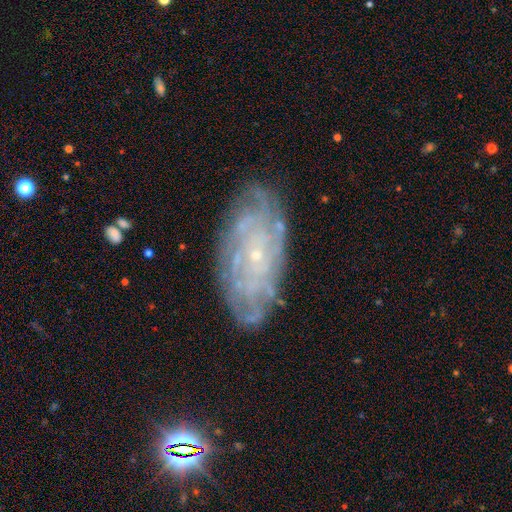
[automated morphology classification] Q: Smooth or featured?
A: featured or disk (78%); runner-up: smooth (13%)
Q: Edge-on disk?
A: no (92%); runner-up: yes (8%)
Q: Bar?
A: no (78%); runner-up: weak (17%)
Q: Spiral arms?
A: yes (88%); runner-up: no (12%)
Q: Spiral winding?
A: tight (76%); runner-up: medium (19%)
Q: Spiral arm count?
A: can't tell (54%); runner-up: more than 4 (14%)
Q: Bulge size?
A: small (87%); runner-up: moderate (8%)
Q: Merging?
A: none (79%); runner-up: minor disturbance (15%)